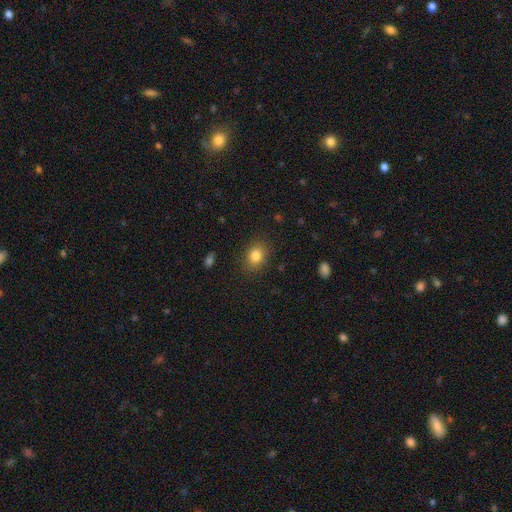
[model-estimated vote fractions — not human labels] smooth 83%, star or artifact 11%, featured or disk 6%. Down the decision tree: how rounded — in between (53%); merging — none (85%).